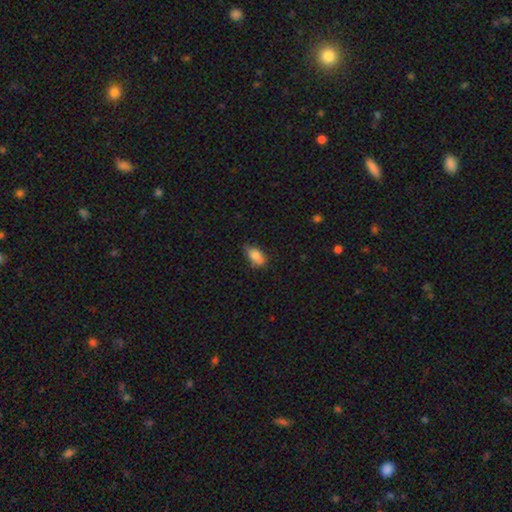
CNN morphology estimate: Overall: smooth (83%). How rounded: in between (89%). Merging: none (65%; minor disturbance 28%).